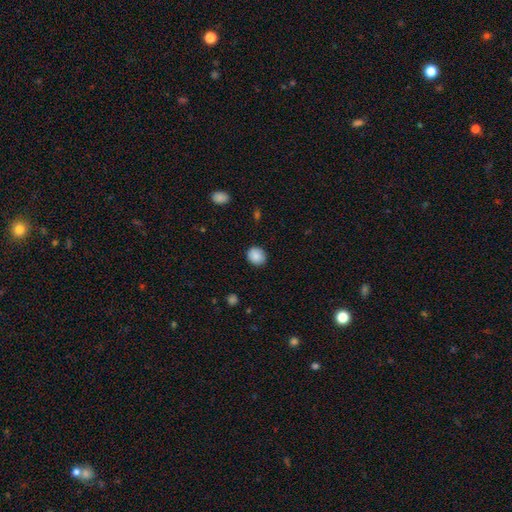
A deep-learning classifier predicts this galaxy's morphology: Smooth or featured? Predicted: smooth (p=0.87). How rounded? Predicted: round (p=0.78). Merging? Predicted: none (p=0.86).